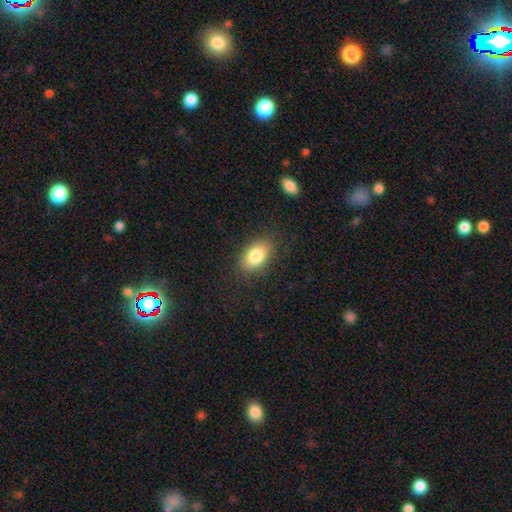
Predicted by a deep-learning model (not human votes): Morphology: type=smooth (82%); roundness=in between (90%); merging=none (85%).